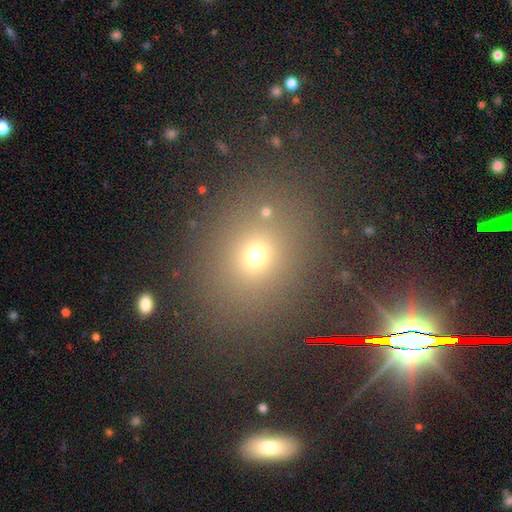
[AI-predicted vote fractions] A smooth galaxy with no disk features (66%) that is round (62%). Merging: none (81%).